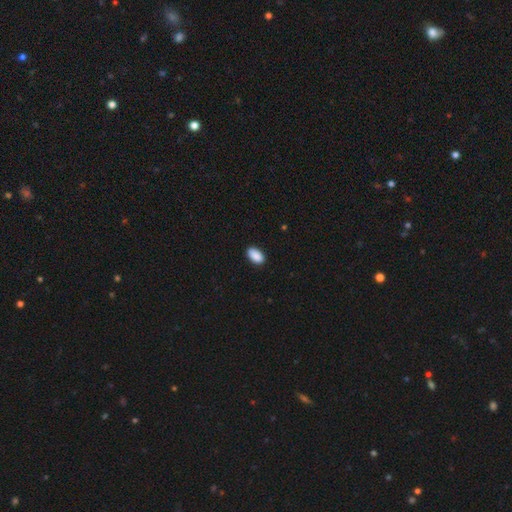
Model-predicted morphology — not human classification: Overall: smooth (90%). How rounded: in between (94%). Merging: none (87%).